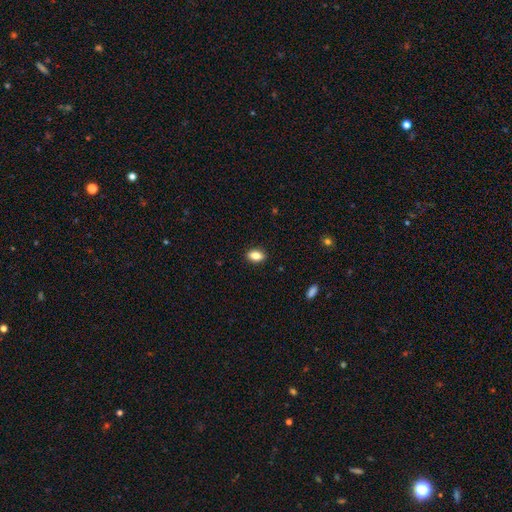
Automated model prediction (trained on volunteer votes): Smooth or featured?
  - smooth: 85% *
  - star or artifact: 8%
  - featured or disk: 7%
How rounded?
  - in between: 87% *
  - round: 10%
  - cigar-shaped: 4%
Merging?
  - none: 89% *
  - minor disturbance: 8%
  - major disturbance: 2%
  - merger: 1%